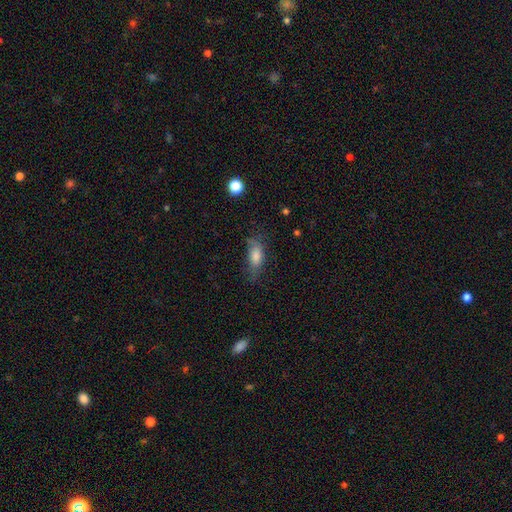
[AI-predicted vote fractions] Smooth or featured?
  - smooth: 69% *
  - featured or disk: 20%
  - star or artifact: 11%
How rounded?
  - in between: 70% *
  - cigar-shaped: 25%
  - round: 5%
Merging?
  - none: 58% *
  - minor disturbance: 27%
  - major disturbance: 13%
  - merger: 2%